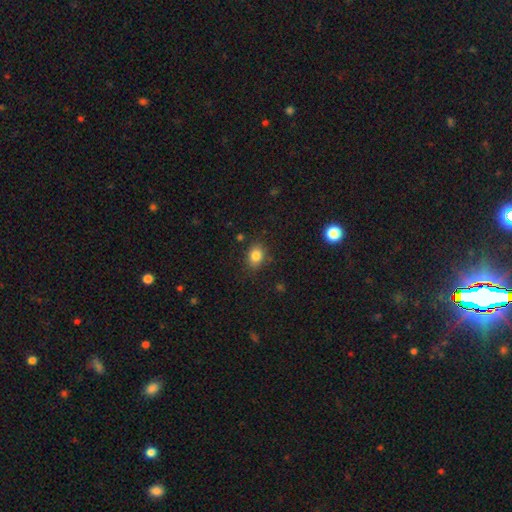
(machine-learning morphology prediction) Q: Smooth or featured?
A: smooth (83%); runner-up: star or artifact (11%)
Q: How rounded?
A: in between (60%); runner-up: round (39%)
Q: Merging?
A: none (83%); runner-up: minor disturbance (12%)